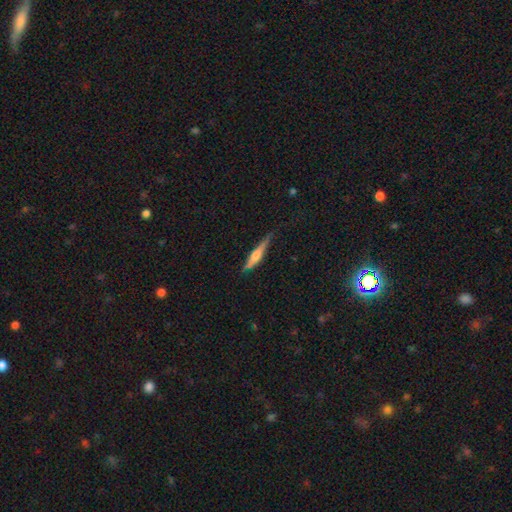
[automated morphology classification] featured or disk 50%, smooth 43%, star or artifact 6%. Down the decision tree: edge-on disk — yes (94%); merging — none (68%).